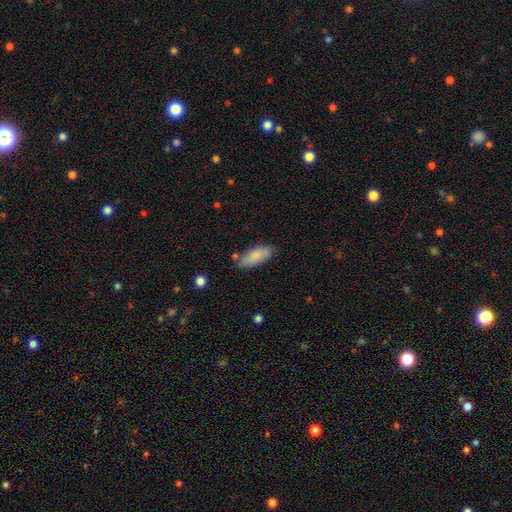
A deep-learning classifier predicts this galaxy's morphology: A smooth galaxy with no disk features (84%) that is in between round and cigar-shaped (72%).

Vote fractions:
- Smooth or featured? smooth: 84% / featured or disk: 10% / star or artifact: 6%
- How rounded? in between: 72% / cigar-shaped: 26% / round: 2%
- Merging? none: 76% / minor disturbance: 16% / merger: 4% / major disturbance: 3%